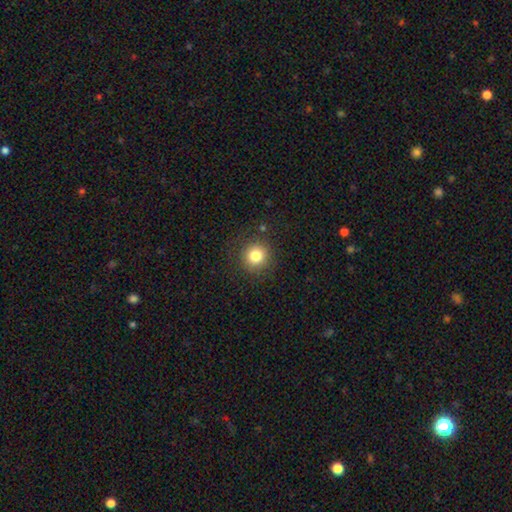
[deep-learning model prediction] Smooth or featured? smooth (81%)
How rounded? round (93%)
Merging? none (87%)